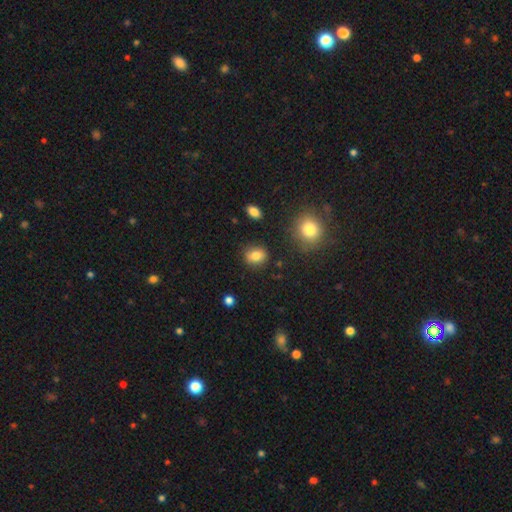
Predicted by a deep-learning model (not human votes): Smooth or featured? Predicted: smooth (p=0.82). How rounded? Predicted: round (p=0.57). Merging? Predicted: none (p=0.84).